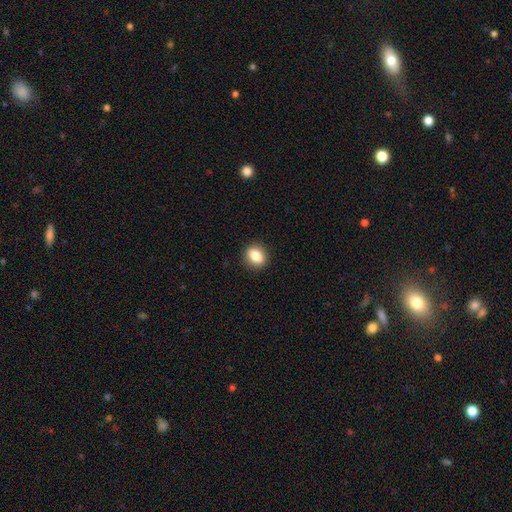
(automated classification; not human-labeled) A smooth galaxy with no disk features (82%) that is in between round and cigar-shaped (53%).

Vote fractions:
- Smooth or featured? smooth: 82% / featured or disk: 9% / star or artifact: 9%
- How rounded? in between: 53% / round: 45% / cigar-shaped: 2%
- Merging? none: 89% / minor disturbance: 8% / major disturbance: 2% / merger: 1%